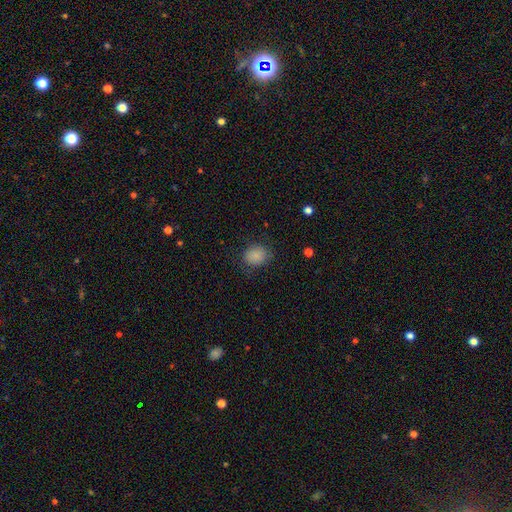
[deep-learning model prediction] Smooth or featured? smooth (84%)
How rounded? round (63%)
Merging? none (79%)